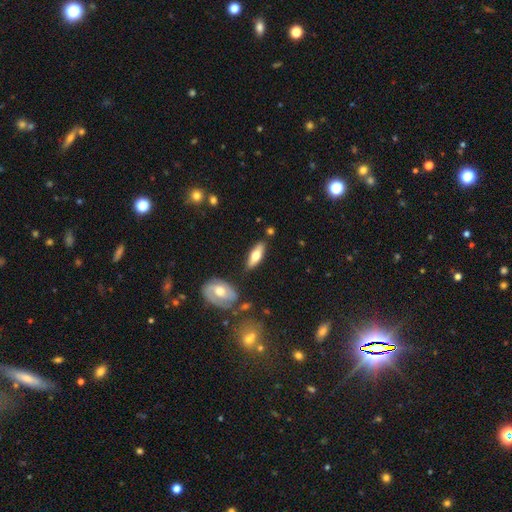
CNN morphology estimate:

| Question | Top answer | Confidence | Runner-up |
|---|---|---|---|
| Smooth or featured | smooth | 55% | featured or disk (40%) |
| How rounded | in between | 59% | cigar-shaped (38%) |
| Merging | none | 81% | minor disturbance (12%) |